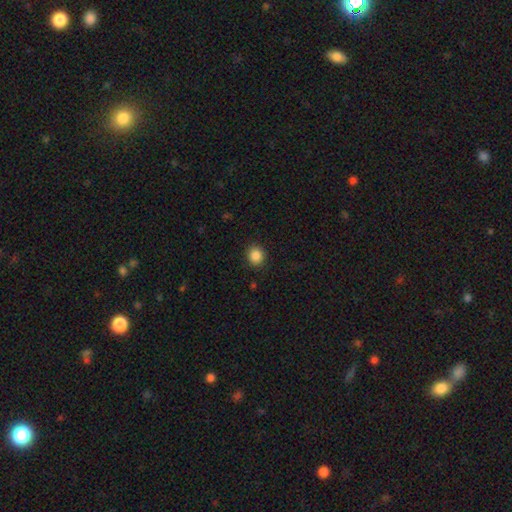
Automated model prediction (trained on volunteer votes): smooth-or-featured: smooth: 87% | star or artifact: 10% | featured or disk: 3%
  how-rounded: round: 81% | in between: 18% | cigar-shaped: 1%
  merging: none: 89% | minor disturbance: 7% | major disturbance: 2% | merger: 1%